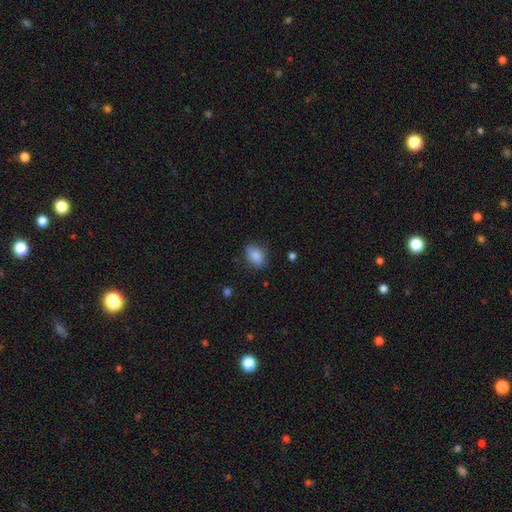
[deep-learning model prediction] Smooth or featured? smooth (86%)
How rounded? in between (81%)
Merging? none (78%)